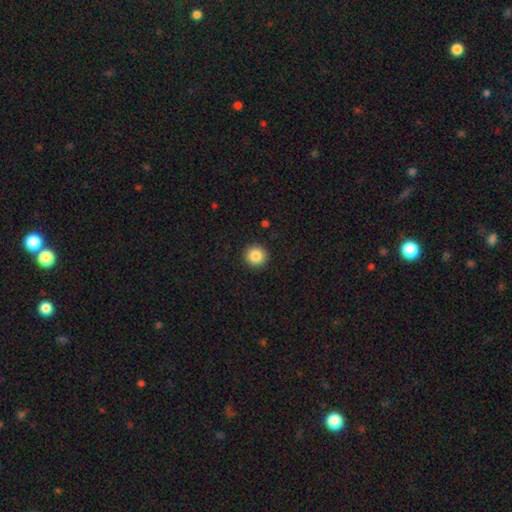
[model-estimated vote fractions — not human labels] Smooth or featured? smooth (86%)
How rounded? round (95%)
Merging? none (92%)